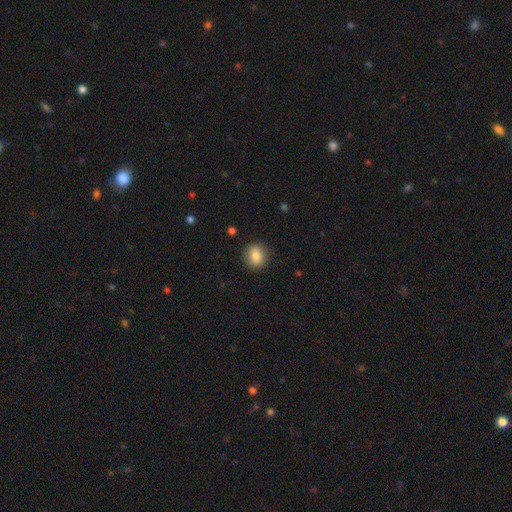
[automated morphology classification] A smooth galaxy with no disk features (84%) that is round (67%).

Vote fractions:
- Smooth or featured? smooth: 84% / star or artifact: 9% / featured or disk: 7%
- How rounded? round: 67% / in between: 32% / cigar-shaped: 1%
- Merging? none: 88% / minor disturbance: 9% / major disturbance: 3% / merger: 1%